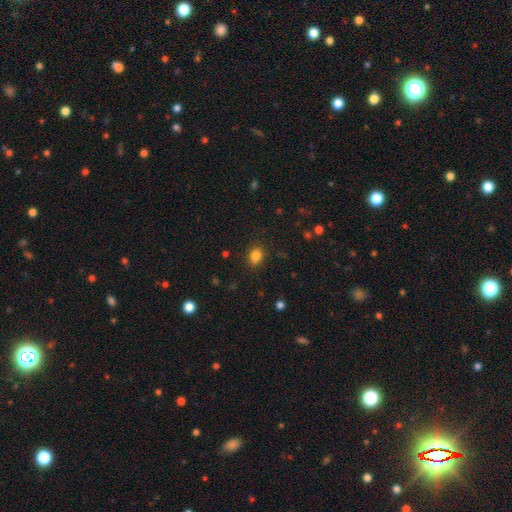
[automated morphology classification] smooth 84%, star or artifact 12%, featured or disk 5%. Down the decision tree: how rounded — in between (60%); merging — none (86%).